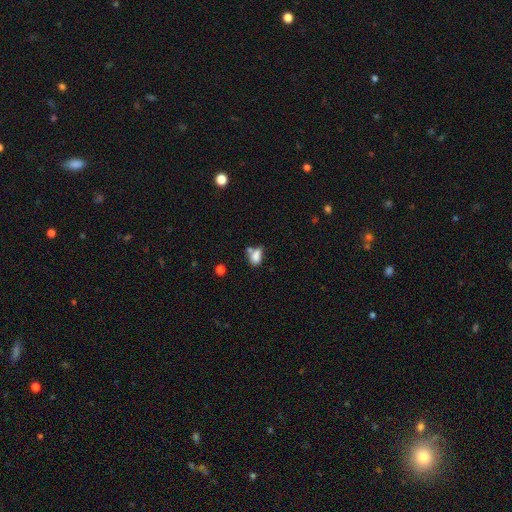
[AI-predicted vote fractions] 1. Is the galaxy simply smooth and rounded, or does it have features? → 77% smooth, 13% featured or disk, 11% star or artifact.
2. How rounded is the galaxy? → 82% in between, 14% round, 4% cigar-shaped.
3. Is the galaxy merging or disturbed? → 39% merger, 33% none, 18% minor disturbance, 10% major disturbance.